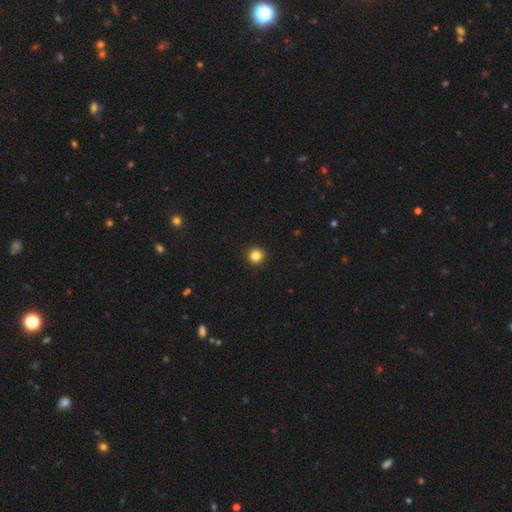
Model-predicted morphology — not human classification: Smooth or featured?
  - smooth: 84% *
  - star or artifact: 12%
  - featured or disk: 4%
How rounded?
  - round: 95% *
  - in between: 4%
  - cigar-shaped: 1%
Merging?
  - none: 94% *
  - minor disturbance: 4%
  - major disturbance: 1%
  - merger: 1%